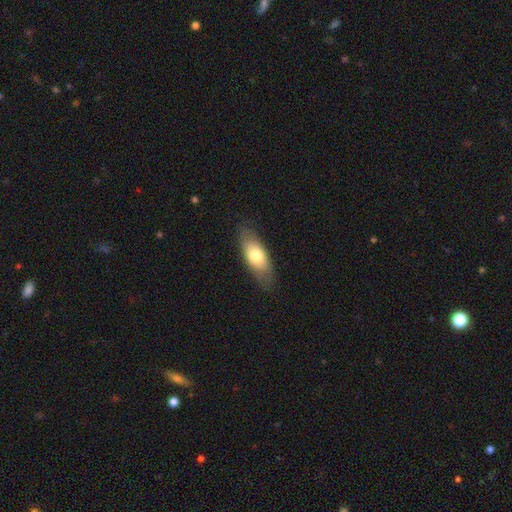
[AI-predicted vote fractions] Smooth or featured: smooth — 70% (featured or disk — 24%)
How rounded: in between — 81% (cigar-shaped — 15%)
Merging: none — 78% (minor disturbance — 17%)